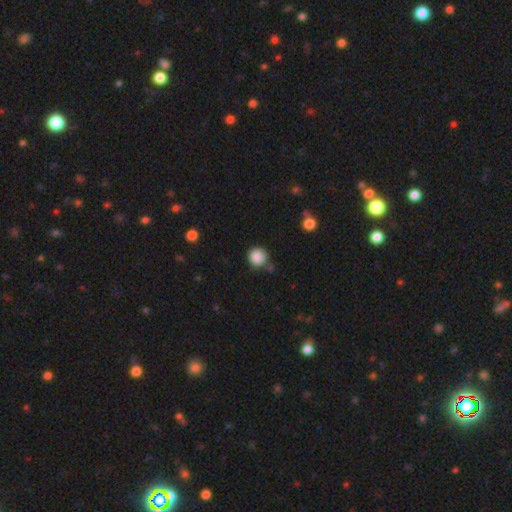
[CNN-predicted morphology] smooth_or_featured: smooth (p=0.87) [alt: star or artifact p=0.10]
how_rounded: round (p=0.93) [alt: in between p=0.06]
merging: none (p=0.80) [alt: minor disturbance p=0.12]